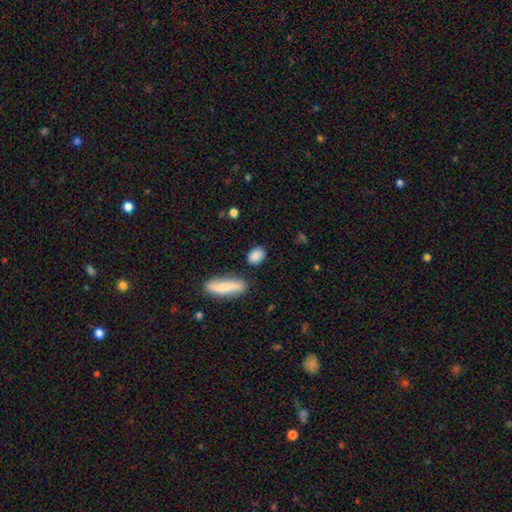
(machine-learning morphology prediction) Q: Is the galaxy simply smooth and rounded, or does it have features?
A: smooth — 86%.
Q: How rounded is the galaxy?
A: in between — 79%.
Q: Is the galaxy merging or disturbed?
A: none — 79%.